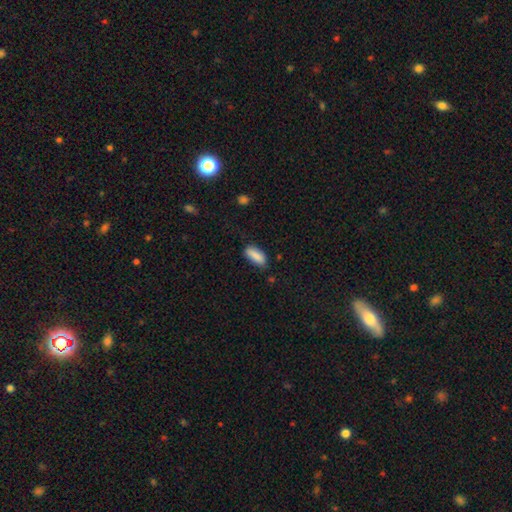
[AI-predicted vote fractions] Smooth or featured: smooth — 88% (star or artifact — 7%)
How rounded: in between — 75% (cigar-shaped — 23%)
Merging: none — 77% (minor disturbance — 17%)